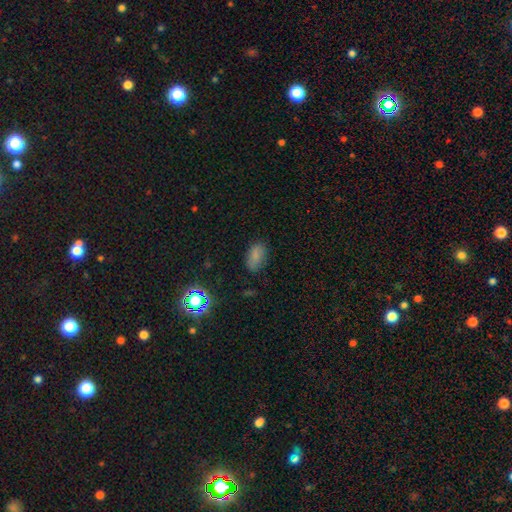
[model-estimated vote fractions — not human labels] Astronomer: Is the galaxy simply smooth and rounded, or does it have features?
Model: smooth — 78%.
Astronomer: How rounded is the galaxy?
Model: in between — 92%.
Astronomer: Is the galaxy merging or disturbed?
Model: none — 78%.